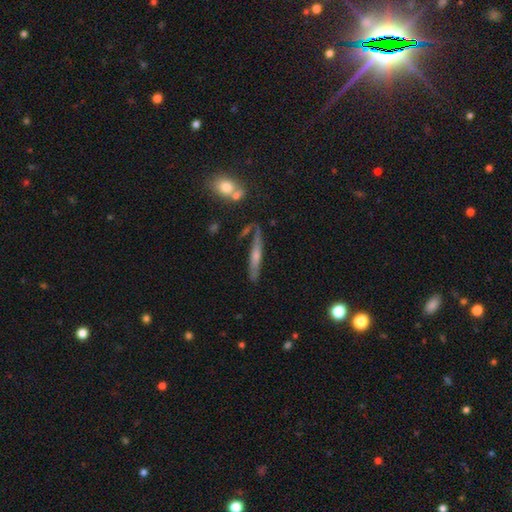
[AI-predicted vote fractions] Overall: featured or disk (60%; smooth 31%). Edge-on disk: yes (84%). Merging: none (72%).